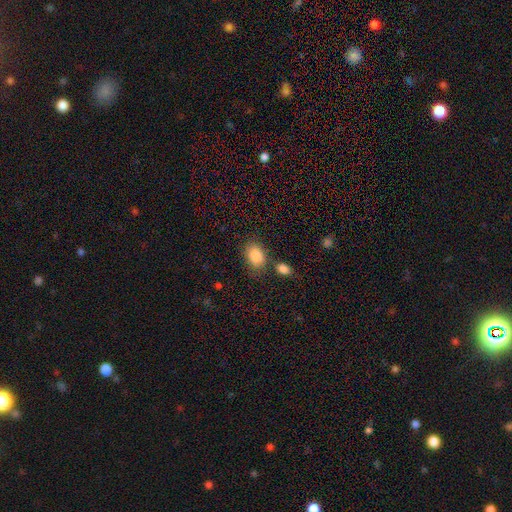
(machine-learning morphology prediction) smooth-or-featured: smooth: 87% | star or artifact: 8% | featured or disk: 5%
  how-rounded: in between: 81% | round: 18% | cigar-shaped: 1%
  merging: none: 68% | minor disturbance: 15% | merger: 12% | major disturbance: 5%